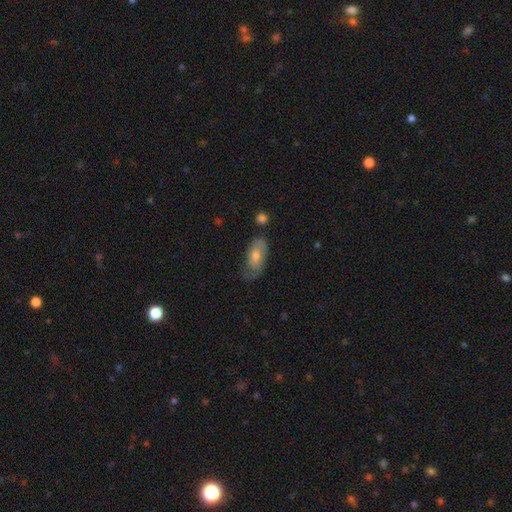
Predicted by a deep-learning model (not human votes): Smooth or featured: smooth — 47% (featured or disk — 45%)
Merging: none — 60% (minor disturbance — 27%)